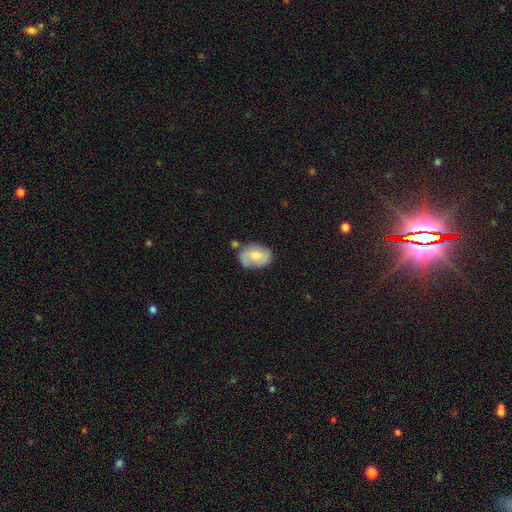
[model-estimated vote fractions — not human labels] Smooth or featured?
  - smooth: 62% *
  - featured or disk: 31%
  - star or artifact: 7%
How rounded?
  - in between: 73% *
  - round: 26%
  - cigar-shaped: 1%
Merging?
  - none: 59% *
  - minor disturbance: 26%
  - merger: 9%
  - major disturbance: 7%